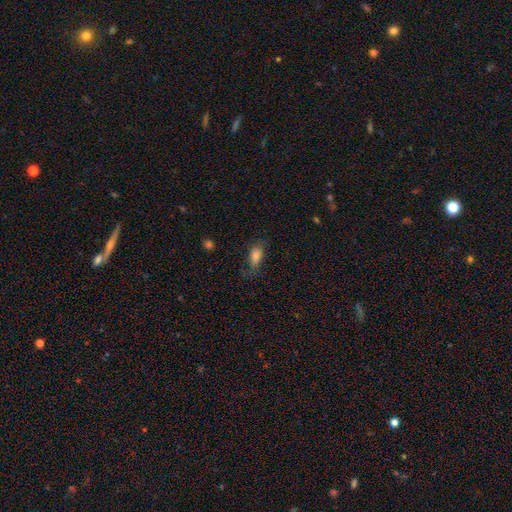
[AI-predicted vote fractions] smooth_or_featured: smooth (p=0.76) [alt: featured or disk p=0.13]
how_rounded: in between (p=0.85) [alt: round p=0.10]
merging: none (p=0.56) [alt: minor disturbance p=0.27]